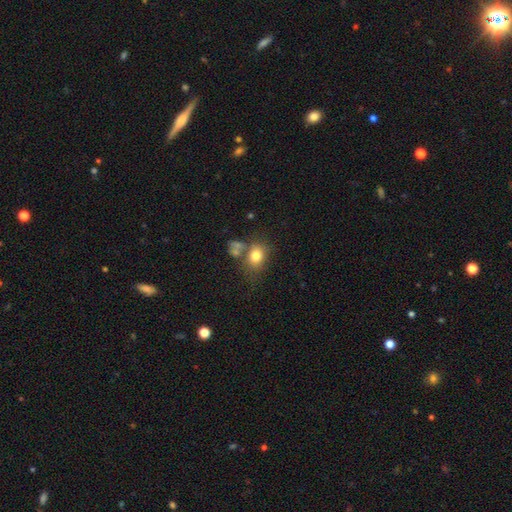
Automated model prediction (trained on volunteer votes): Smooth or featured?
  - smooth: 78% *
  - featured or disk: 11%
  - star or artifact: 11%
How rounded?
  - in between: 55% *
  - round: 44%
  - cigar-shaped: 1%
Merging?
  - none: 53% *
  - merger: 22%
  - minor disturbance: 17%
  - major disturbance: 8%